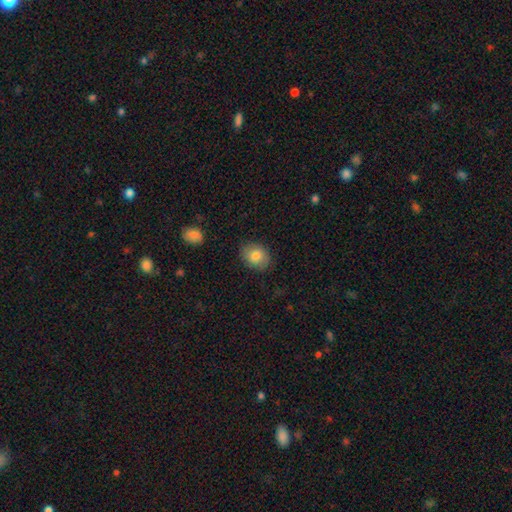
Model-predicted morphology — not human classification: Smooth or featured? smooth (82%)
How rounded? in between (61%)
Merging? none (84%)